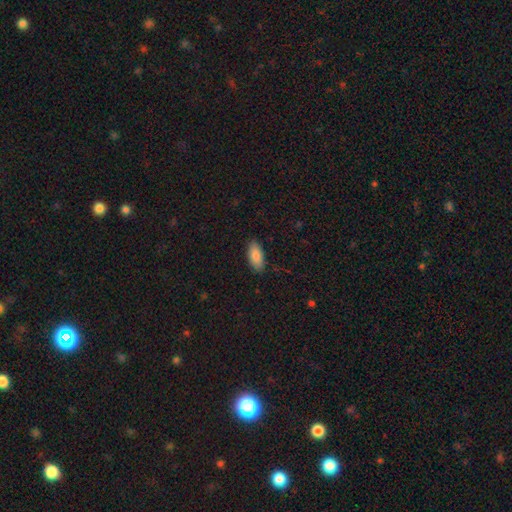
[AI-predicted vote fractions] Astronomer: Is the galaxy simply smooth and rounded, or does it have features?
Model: smooth — 86%.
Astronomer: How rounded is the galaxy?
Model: in between — 89%.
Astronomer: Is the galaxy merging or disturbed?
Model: none — 87%.